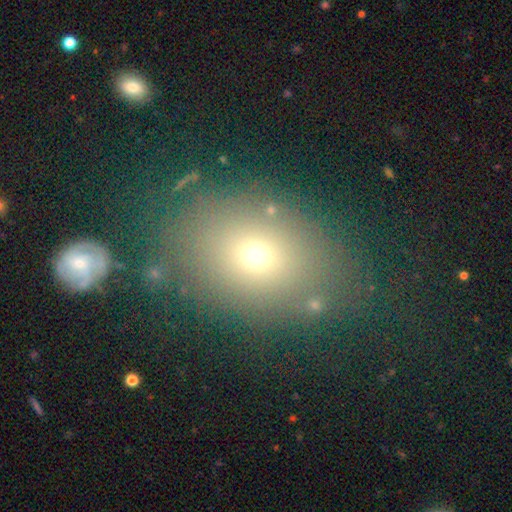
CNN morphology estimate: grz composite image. It shows a smooth galaxy with no disk features (67%) that is in between round and cigar-shaped (57%). Merging: none (75%).